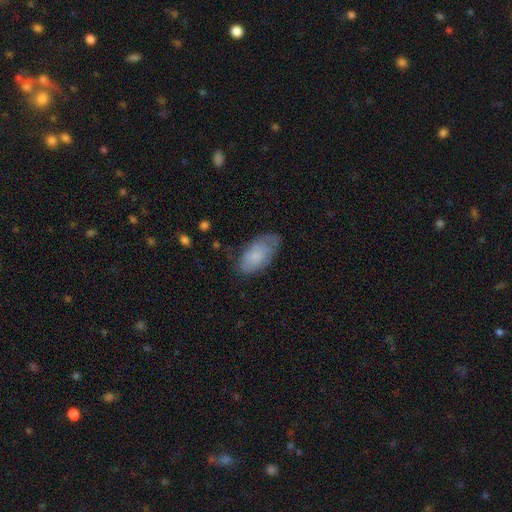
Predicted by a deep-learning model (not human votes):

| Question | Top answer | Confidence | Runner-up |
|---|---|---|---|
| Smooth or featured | smooth | 76% | featured or disk (18%) |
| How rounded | in between | 94% | cigar-shaped (3%) |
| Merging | none | 59% | minor disturbance (30%) |